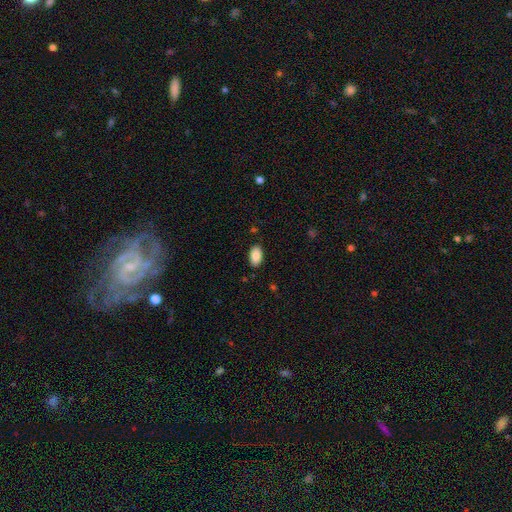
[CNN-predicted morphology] Smooth or featured? Predicted: smooth (p=0.88). How rounded? Predicted: in between (p=0.94). Merging? Predicted: none (p=0.87).